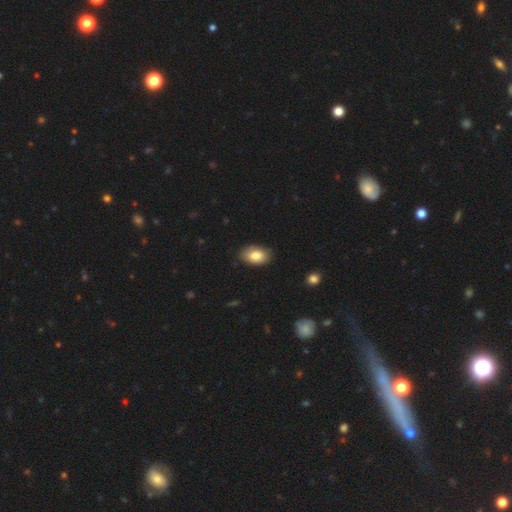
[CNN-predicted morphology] A smooth galaxy with no disk features (83%) that is in between round and cigar-shaped (90%).

Vote fractions:
- Smooth or featured? smooth: 83% / featured or disk: 10% / star or artifact: 7%
- How rounded? in between: 90% / round: 9% / cigar-shaped: 1%
- Merging? none: 83% / minor disturbance: 14% / major disturbance: 2% / merger: 1%